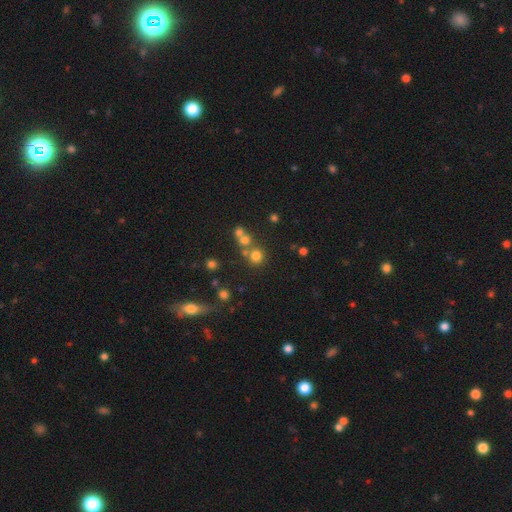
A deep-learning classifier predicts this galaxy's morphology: This is likely a smooth galaxy (71%). How rounded: clearly round (90%). Merging: likely none (63%).